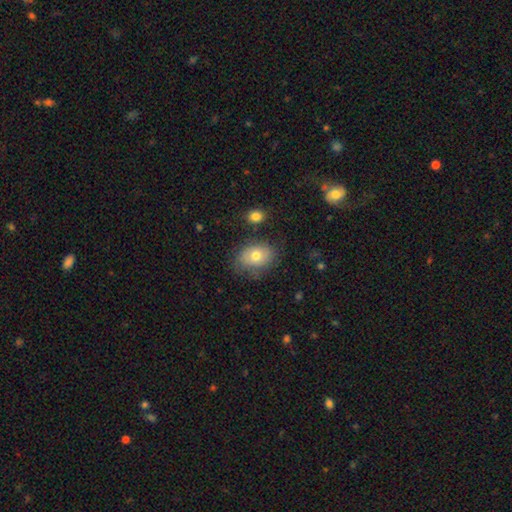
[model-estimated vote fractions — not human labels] A smooth galaxy with no disk features (72%) that is in between round and cigar-shaped (69%). Merging: none (67%).